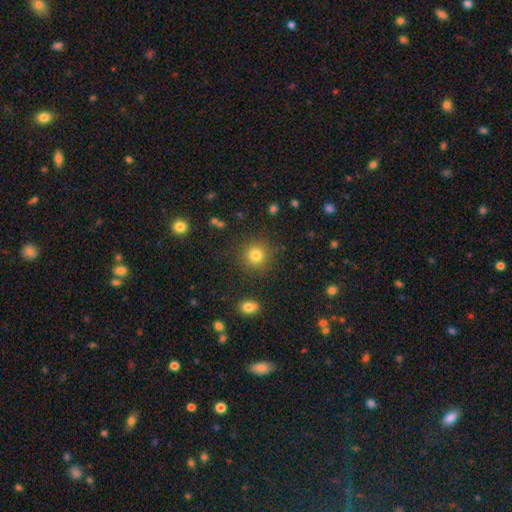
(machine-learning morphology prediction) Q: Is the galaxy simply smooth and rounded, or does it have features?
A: smooth — 81%.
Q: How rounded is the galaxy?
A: round — 93%.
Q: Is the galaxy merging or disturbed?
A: none — 88%.